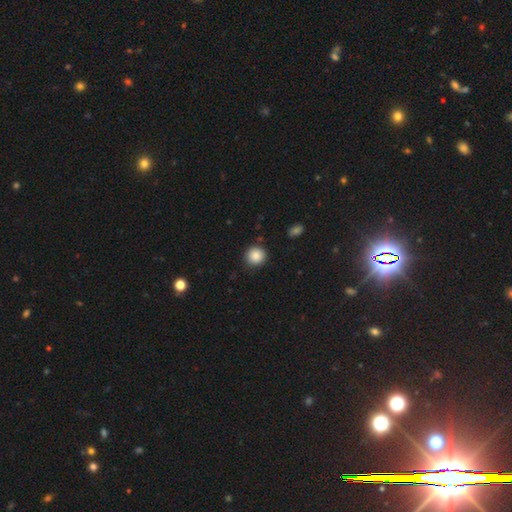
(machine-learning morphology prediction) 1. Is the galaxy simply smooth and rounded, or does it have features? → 87% smooth, 9% star or artifact, 4% featured or disk.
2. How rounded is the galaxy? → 93% round, 6% in between, 1% cigar-shaped.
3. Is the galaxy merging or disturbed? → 89% none, 8% minor disturbance, 2% major disturbance, 2% merger.